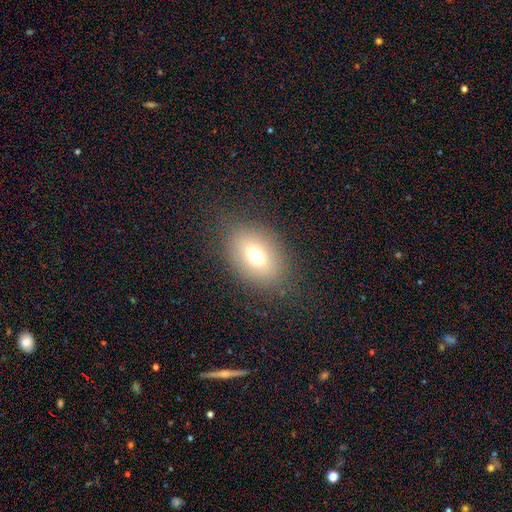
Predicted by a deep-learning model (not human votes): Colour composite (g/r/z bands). It shows a smooth galaxy with no disk features (69%) that is in between round and cigar-shaped (77%). Merging: none (79%).